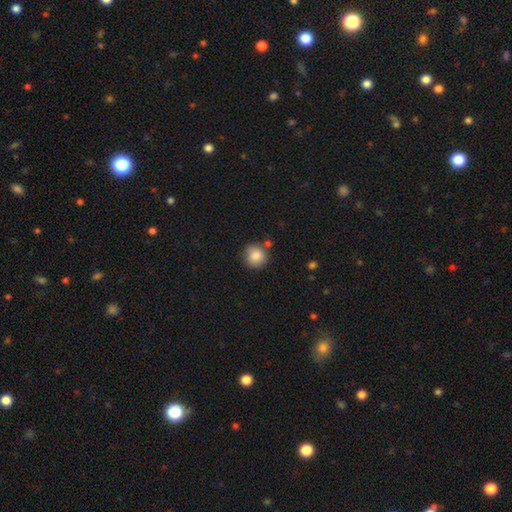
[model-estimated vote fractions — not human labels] Smooth or featured?
  - smooth: 85% *
  - star or artifact: 9%
  - featured or disk: 6%
How rounded?
  - round: 90% *
  - in between: 9%
  - cigar-shaped: 1%
Merging?
  - none: 77% *
  - minor disturbance: 13%
  - merger: 7%
  - major disturbance: 3%